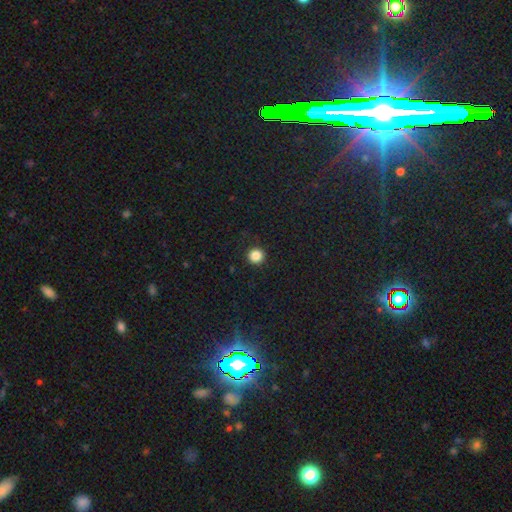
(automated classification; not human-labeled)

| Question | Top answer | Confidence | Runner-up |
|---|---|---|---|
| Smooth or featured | smooth | 86% | star or artifact (11%) |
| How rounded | round | 94% | in between (5%) |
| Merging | none | 92% | minor disturbance (5%) |